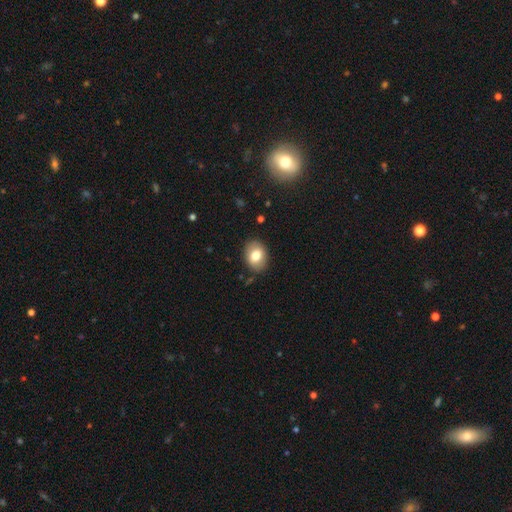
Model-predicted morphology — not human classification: Smooth or featured: smooth — 78% (featured or disk — 14%)
How rounded: in between — 66% (round — 33%)
Merging: none — 86% (minor disturbance — 10%)